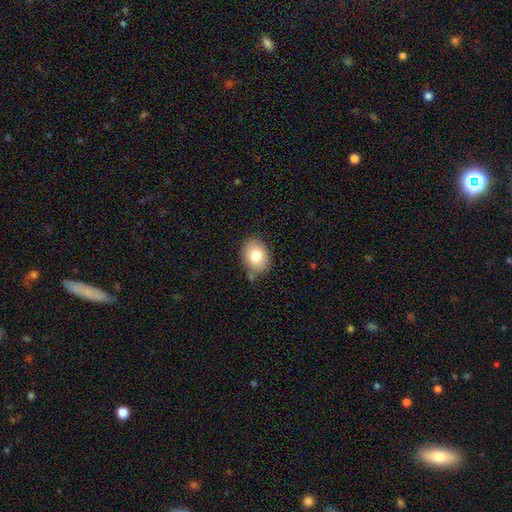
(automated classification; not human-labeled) Smooth or featured: smooth — 79% (featured or disk — 12%)
How rounded: in between — 61% (round — 38%)
Merging: none — 78% (minor disturbance — 16%)